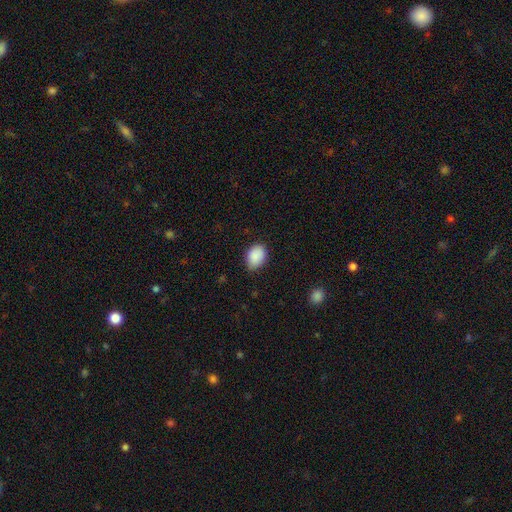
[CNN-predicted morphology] A smooth galaxy with no disk features (89%) that is in between round and cigar-shaped (73%). Merging: none (76%).